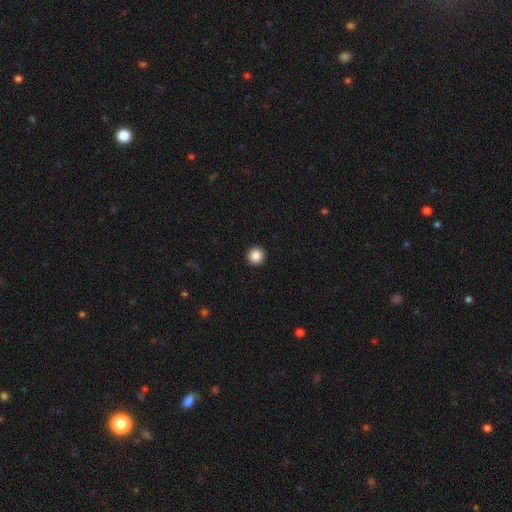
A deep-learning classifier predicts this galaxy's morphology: This appears to be a smooth galaxy with no disk features (88%) that is round (96%). Merging: none (94%).